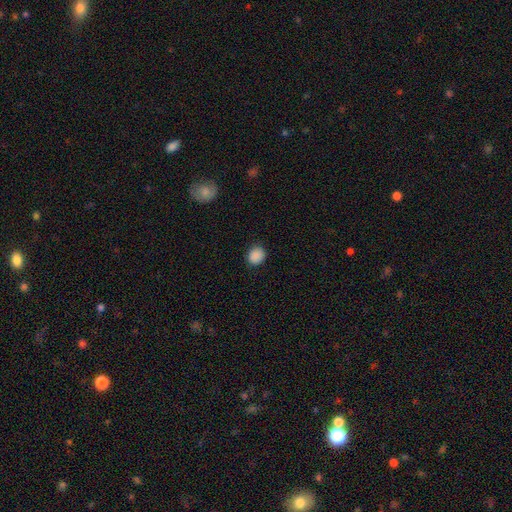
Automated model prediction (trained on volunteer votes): The model was most divided on "how rounded": round: 70%, in between: 29%, cigar-shaped: 1%. More confident: smooth or featured — smooth (88%); merging — none (87%).